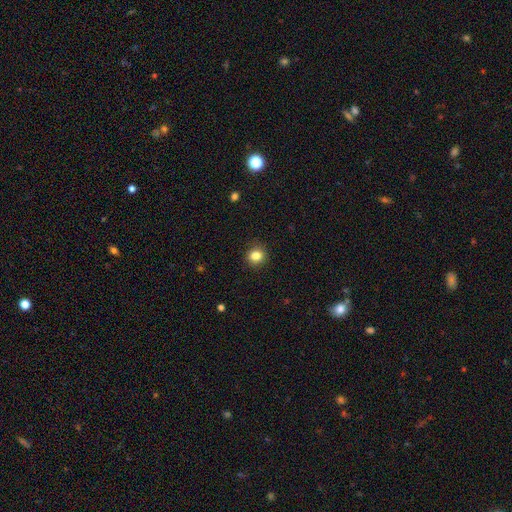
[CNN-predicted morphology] Overall: smooth (83%). How rounded: round (86%). Merging: none (90%).